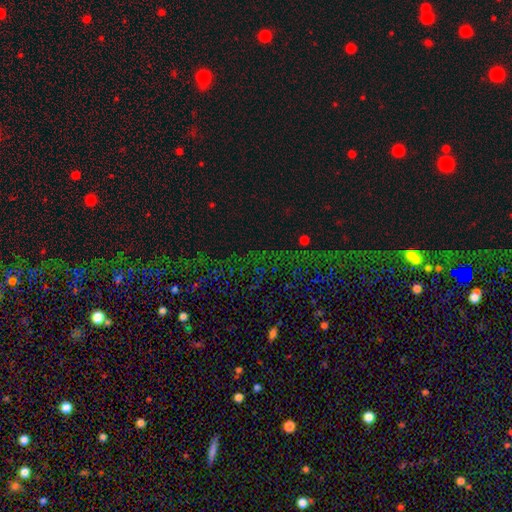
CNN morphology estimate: Smooth or featured?
  - star or artifact: 79% *
  - smooth: 11%
  - featured or disk: 9%